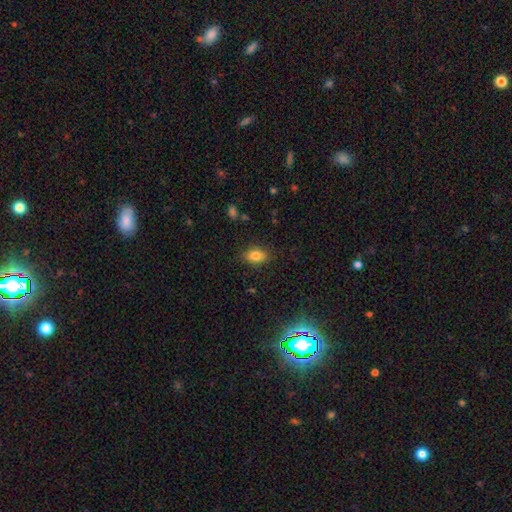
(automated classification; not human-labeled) smooth 82%, star or artifact 10%, featured or disk 8%. Down the decision tree: how rounded — in between (84%); merging — none (84%).